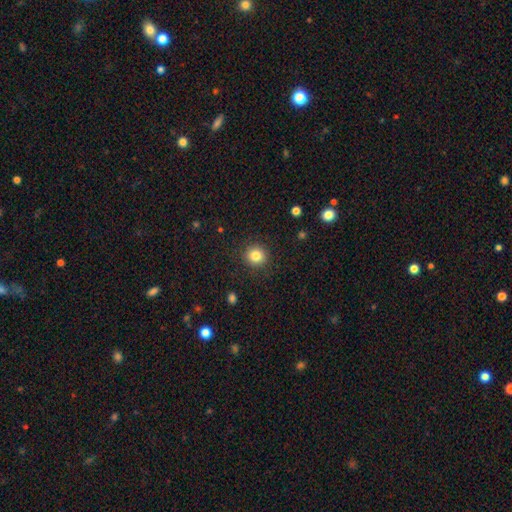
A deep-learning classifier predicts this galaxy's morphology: A smooth galaxy with no disk features (83%) that is round (88%).

Vote fractions:
- Smooth or featured? smooth: 83% / star or artifact: 11% / featured or disk: 6%
- How rounded? round: 88% / in between: 11% / cigar-shaped: 1%
- Merging? none: 90% / minor disturbance: 7% / major disturbance: 2% / merger: 1%